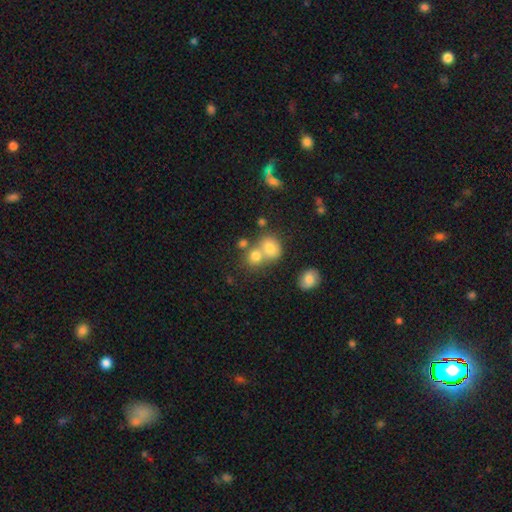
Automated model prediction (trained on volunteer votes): A smooth galaxy with no disk features (74%) that is round (68%). Merging: merger (50%).